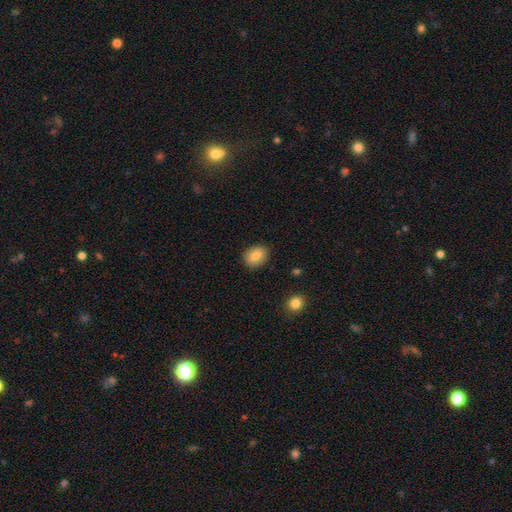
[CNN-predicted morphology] type=smooth (83%); roundness=in between (56%); merging=none (88%).